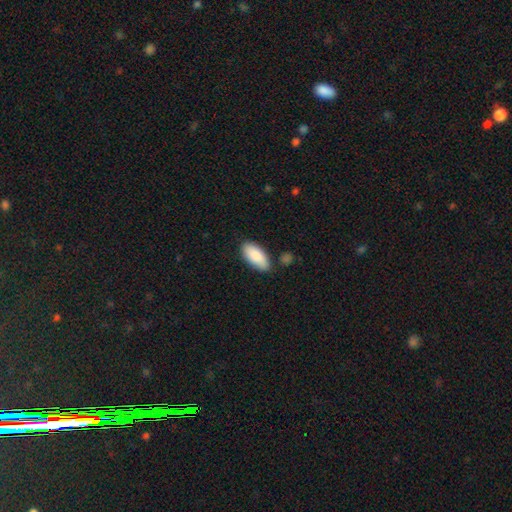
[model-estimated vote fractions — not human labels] smooth_or_featured: smooth (p=0.87) [alt: featured or disk p=0.08]
how_rounded: in between (p=0.91) [alt: cigar-shaped p=0.07]
merging: none (p=0.78) [alt: minor disturbance p=0.15]